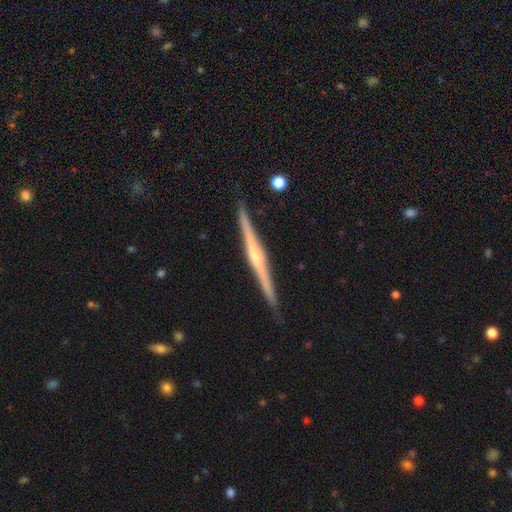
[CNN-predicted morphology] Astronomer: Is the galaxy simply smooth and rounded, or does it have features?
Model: featured or disk — 83%.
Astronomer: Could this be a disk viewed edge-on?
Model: yes — 99%.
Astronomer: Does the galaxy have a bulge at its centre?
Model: rounded — 74%.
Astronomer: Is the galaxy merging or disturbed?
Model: none — 91%.